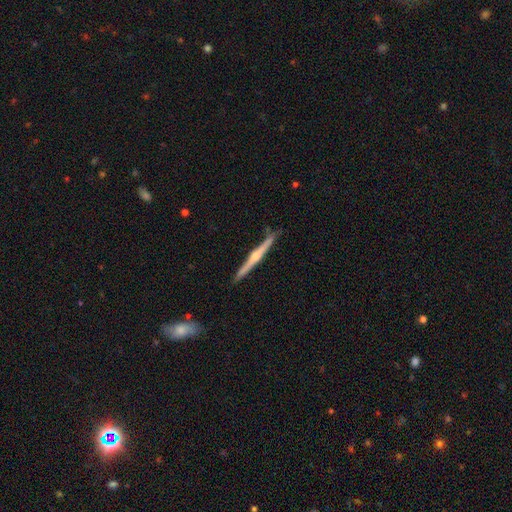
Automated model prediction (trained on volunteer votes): Morphology: type=featured or disk (77%); edge-on=yes (98%); edge-on bulge=rounded (84%); merging=none (89%).